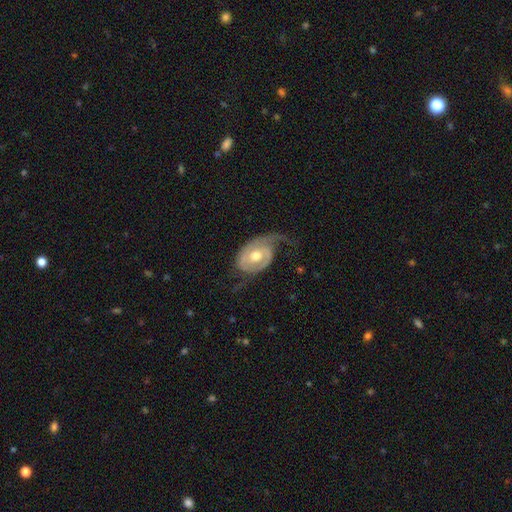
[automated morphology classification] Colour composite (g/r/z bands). It shows a featured or disk galaxy (81%) with no bar (67%), 2 (46%) medium (35%) spiral arms (90%) and a moderate central bulge (76%). Merging: none (41%).